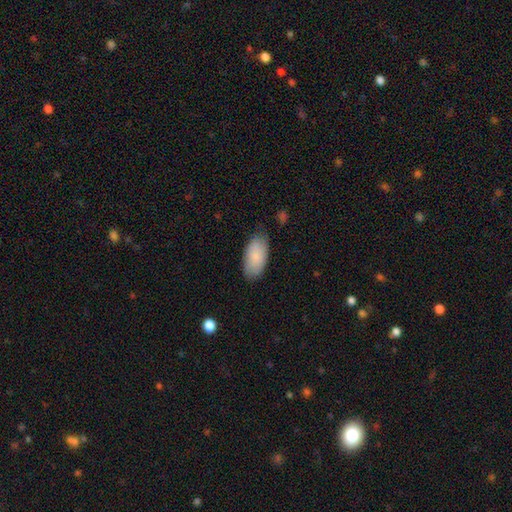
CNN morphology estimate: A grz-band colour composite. It shows a smooth galaxy with no disk features (84%) that is in between round and cigar-shaped (95%). Merging: none (78%).